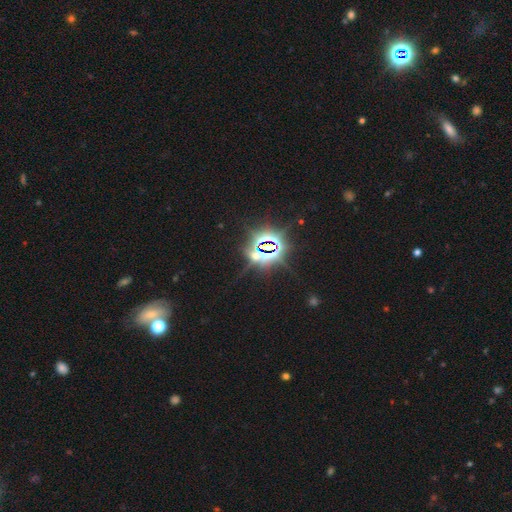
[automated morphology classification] A star or artifact, not a galaxy (81%).

Vote fractions:
- Smooth or featured? star or artifact: 81% / smooth: 10% / featured or disk: 9%